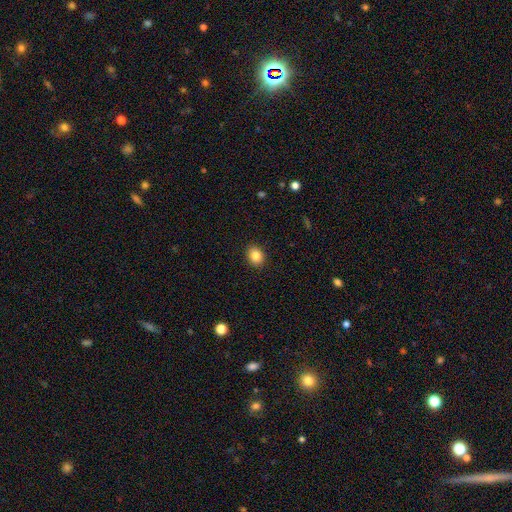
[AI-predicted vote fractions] The model was most divided on "how rounded": round: 52%, in between: 48%, cigar-shaped: 1%. More confident: merging — none (91%); smooth or featured — smooth (84%).